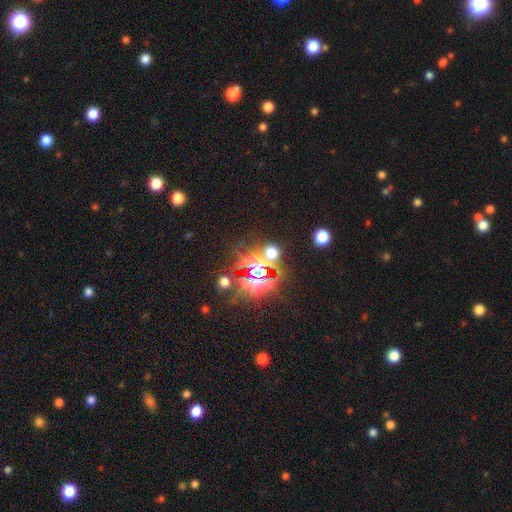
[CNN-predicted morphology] Smooth or featured? star or artifact (84%)